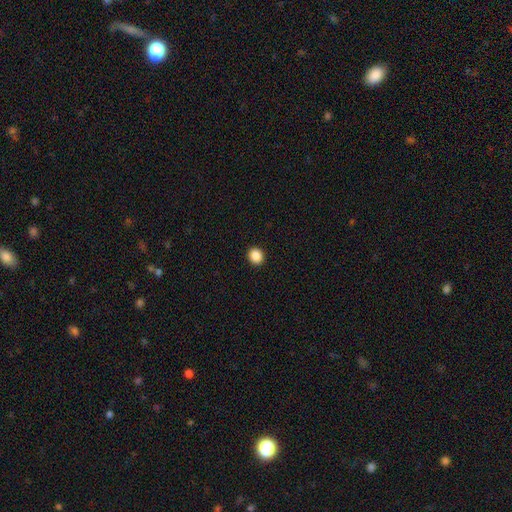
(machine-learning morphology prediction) The model was most divided on "how rounded": round: 79%, in between: 20%, cigar-shaped: 1%. More confident: merging — none (93%); smooth or featured — smooth (88%).